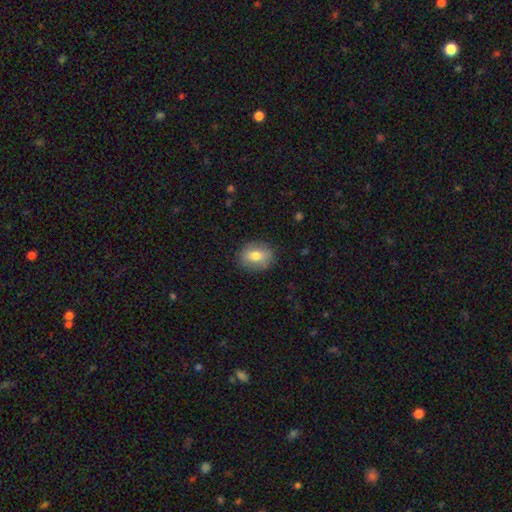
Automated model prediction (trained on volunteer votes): A smooth galaxy with no disk features (72%) that is in between round and cigar-shaped (50%). Merging: none (85%).